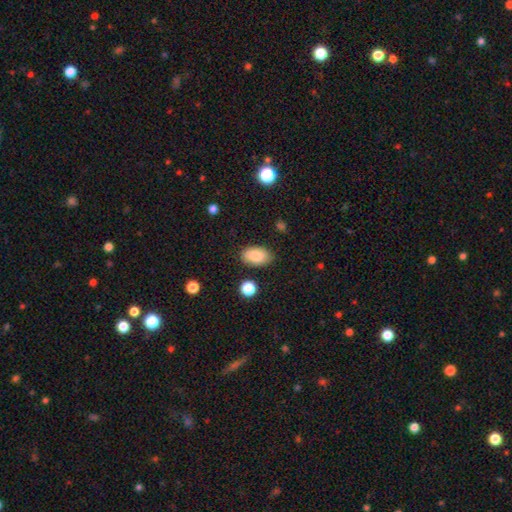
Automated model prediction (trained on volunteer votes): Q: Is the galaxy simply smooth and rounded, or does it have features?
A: smooth — 86%.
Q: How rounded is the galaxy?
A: in between — 92%.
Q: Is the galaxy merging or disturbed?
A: none — 83%.